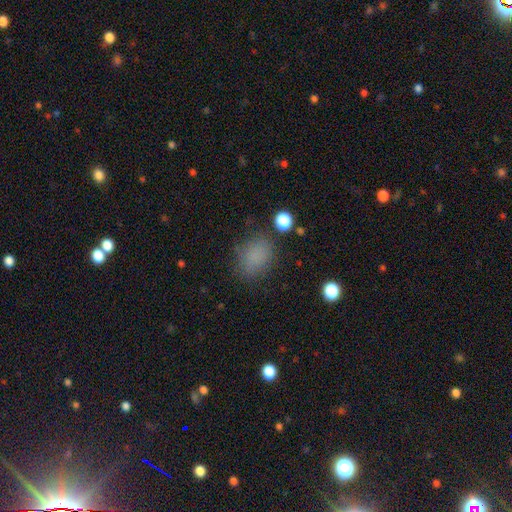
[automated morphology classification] smooth_or_featured: smooth (p=0.79) [alt: star or artifact p=0.14]
how_rounded: in between (p=0.66) [alt: round p=0.33]
merging: none (p=0.77) [alt: minor disturbance p=0.15]